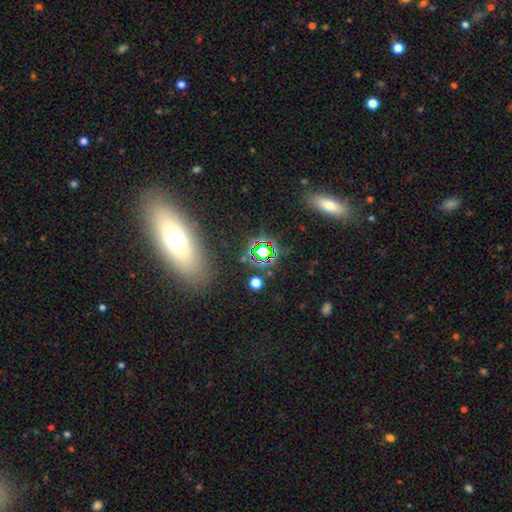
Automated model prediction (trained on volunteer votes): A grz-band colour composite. It shows a star or artifact, not a galaxy (53%).